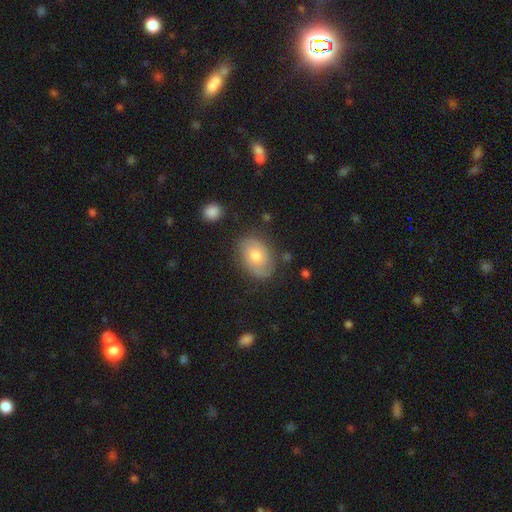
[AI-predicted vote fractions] Smooth or featured?
  - smooth: 51% *
  - featured or disk: 41%
  - star or artifact: 9%
How rounded?
  - in between: 80% *
  - round: 19%
  - cigar-shaped: 1%
Merging?
  - none: 76% *
  - minor disturbance: 17%
  - major disturbance: 5%
  - merger: 2%